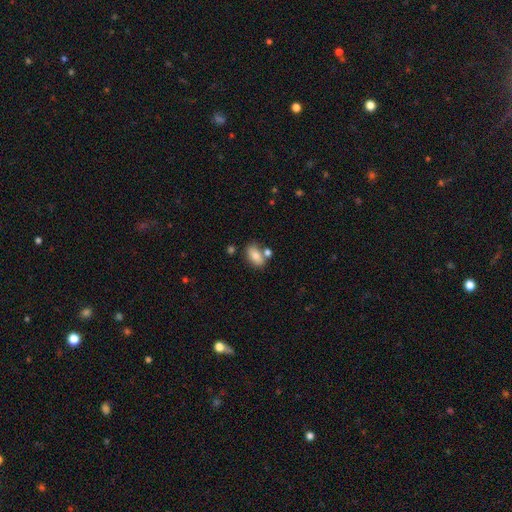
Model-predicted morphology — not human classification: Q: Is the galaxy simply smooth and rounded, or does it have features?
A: smooth — 79%.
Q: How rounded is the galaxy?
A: in between — 88%.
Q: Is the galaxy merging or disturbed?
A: none — 65%.